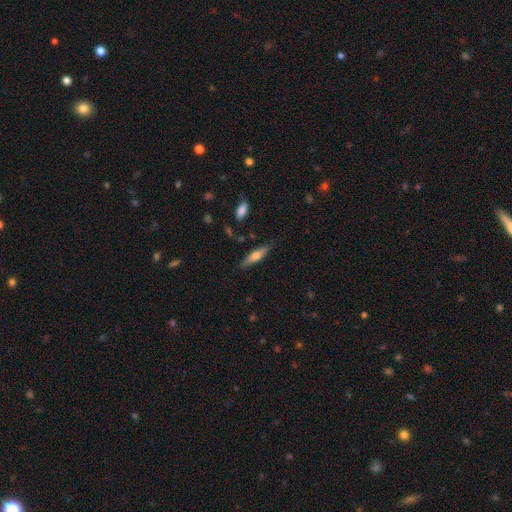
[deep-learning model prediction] Smooth or featured: smooth — 53% (featured or disk — 40%)
How rounded: cigar-shaped — 72% (in between — 26%)
Merging: none — 83% (minor disturbance — 12%)